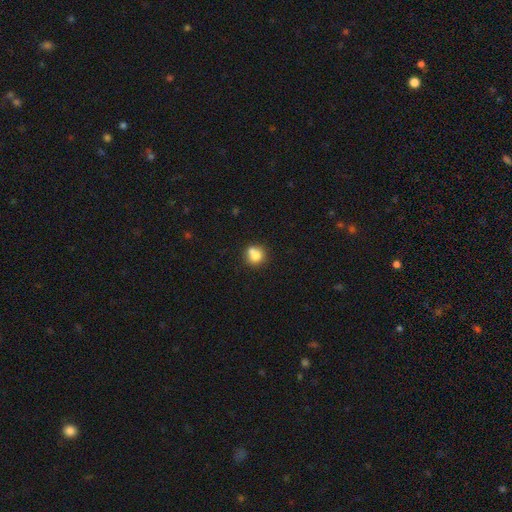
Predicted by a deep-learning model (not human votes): The model was most divided on "merging": none: 48%, merger: 36%, minor disturbance: 12%, major disturbance: 4%. More confident: how rounded — round (81%); smooth or featured — smooth (76%).